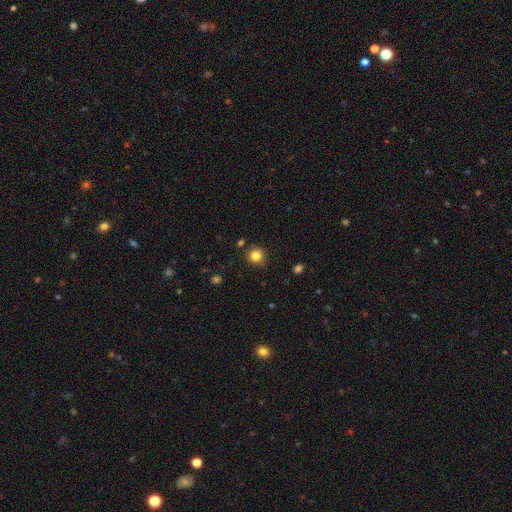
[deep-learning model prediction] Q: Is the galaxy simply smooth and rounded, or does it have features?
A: smooth — 83%.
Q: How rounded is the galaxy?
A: round — 92%.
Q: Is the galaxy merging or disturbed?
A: none — 87%.